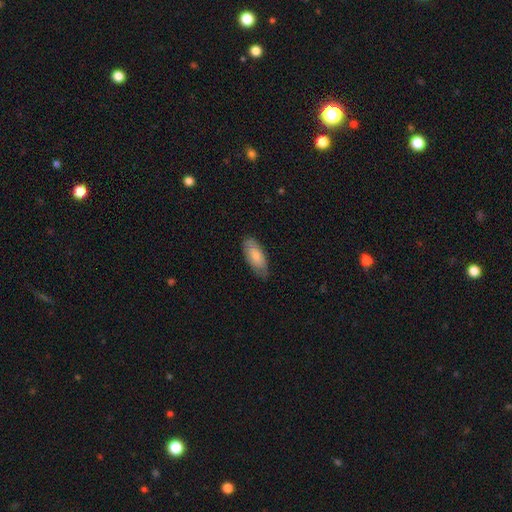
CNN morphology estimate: Smooth or featured? smooth (75%)
How rounded? in between (86%)
Merging? none (72%)